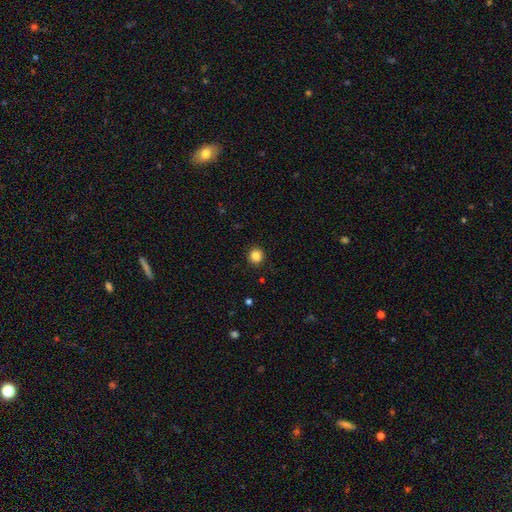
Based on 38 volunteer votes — smooth-or-featured: smooth: 92% | featured or disk: 5% | star or artifact: 3%
  how-rounded: round: 94% | in between: 6% | cigar-shaped: 0%
  merging: none: 86% | minor disturbance: 8% | major disturbance: 5% | merger: 0%